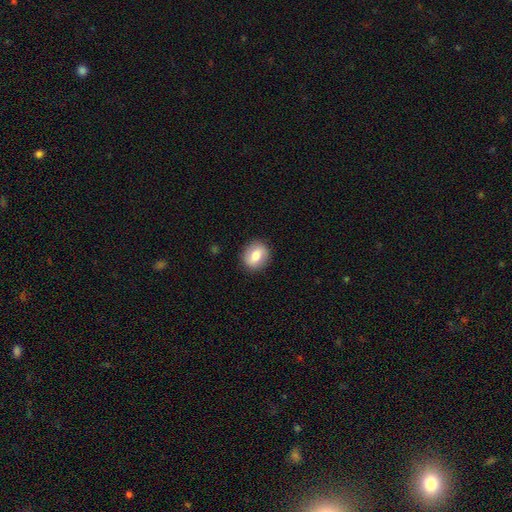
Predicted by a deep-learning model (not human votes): This appears to be a smooth galaxy with no disk features (71%) that is round (66%). Merging: none (88%).